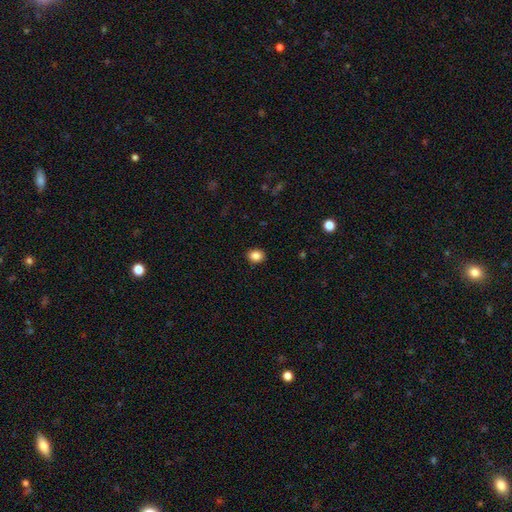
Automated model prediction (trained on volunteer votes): A smooth galaxy with no disk features (86%) that is round (56%). Merging: none (90%).